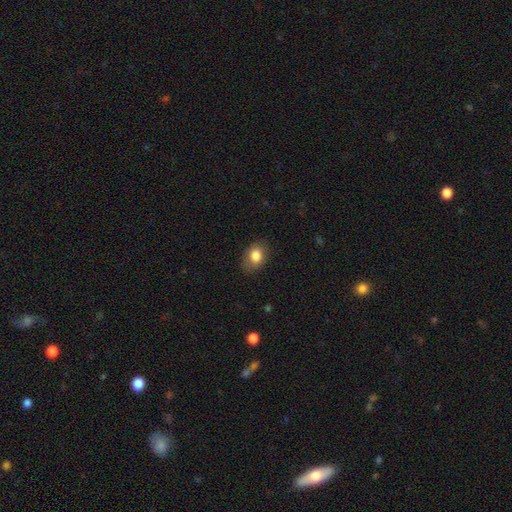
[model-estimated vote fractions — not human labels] smooth 83%, featured or disk 9%, star or artifact 8%. Down the decision tree: how rounded — in between (69%); merging — none (78%).